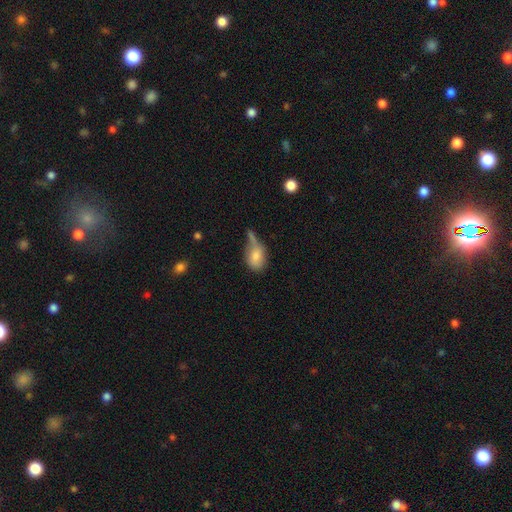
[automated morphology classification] Smooth or featured? Predicted: smooth (p=0.77). How rounded? Predicted: in between (p=0.78). Merging? Predicted: none (p=0.32).